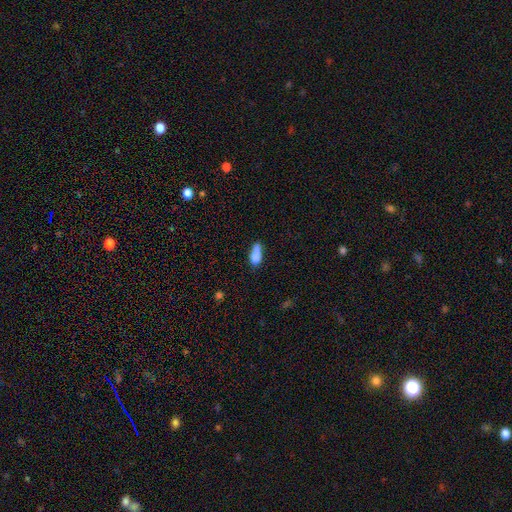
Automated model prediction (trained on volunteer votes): smooth_or_featured: smooth (p=0.76) [alt: featured or disk p=0.14]
how_rounded: in between (p=0.71) [alt: cigar-shaped p=0.24]
merging: none (p=0.36) [alt: minor disturbance p=0.29]